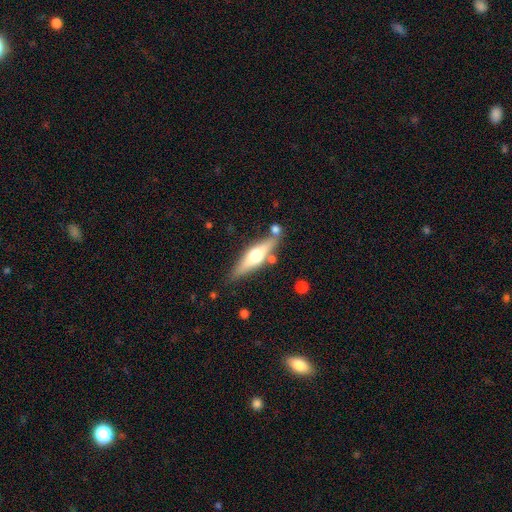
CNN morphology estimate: Smooth or featured: featured or disk — 56% (smooth — 38%)
Edge-on disk: yes — 92% (no — 8%)
Edge-on bulge: rounded — 93% (boxy — 4%)
Merging: none — 75% (minor disturbance — 13%)